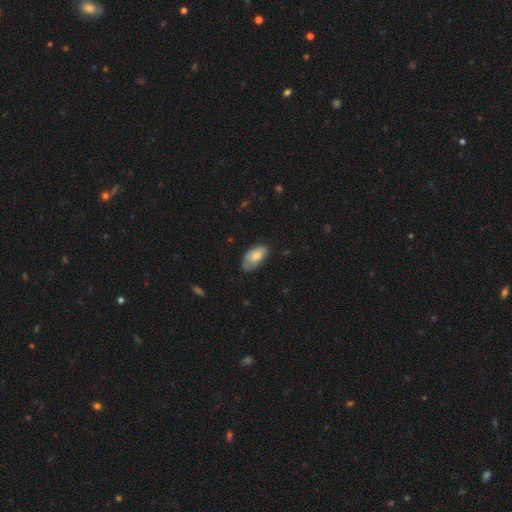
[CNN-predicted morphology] The model was most divided on "merging": none: 58%, minor disturbance: 33%, major disturbance: 8%, merger: 2%. More confident: how rounded — in between (94%); smooth or featured — smooth (71%).